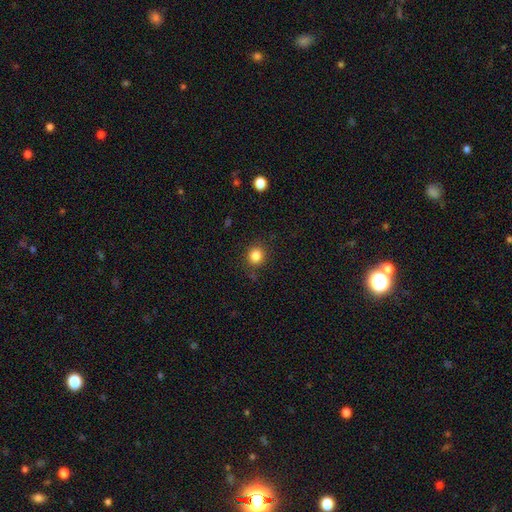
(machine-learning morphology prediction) type=smooth (84%); roundness=round (86%); merging=none (85%).